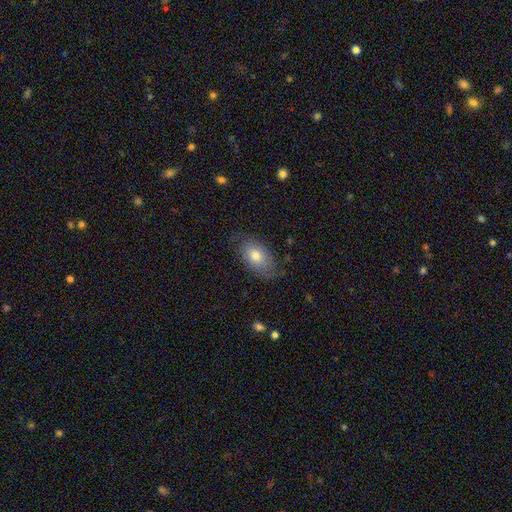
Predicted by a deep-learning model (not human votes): Smooth or featured: smooth — 66% (featured or disk — 27%)
How rounded: in between — 91% (round — 6%)
Merging: none — 70% (minor disturbance — 22%)